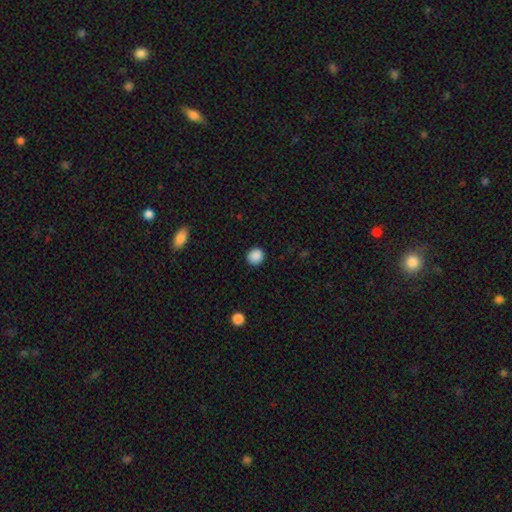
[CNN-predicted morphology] type=smooth (88%); roundness=round (87%); merging=none (90%).